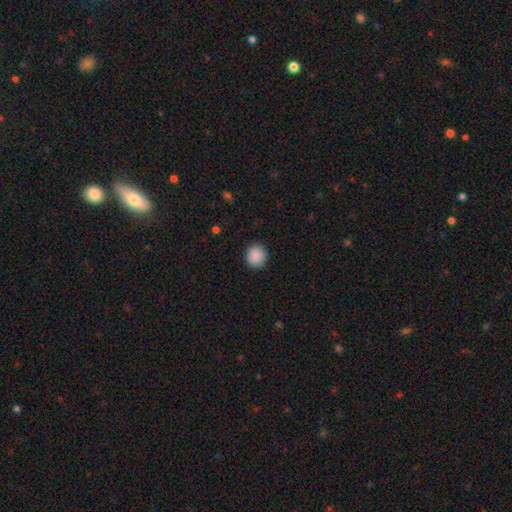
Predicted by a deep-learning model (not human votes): Q: Smooth or featured?
A: smooth (89%); runner-up: star or artifact (8%)
Q: How rounded?
A: round (85%); runner-up: in between (14%)
Q: Merging?
A: none (91%); runner-up: minor disturbance (7%)